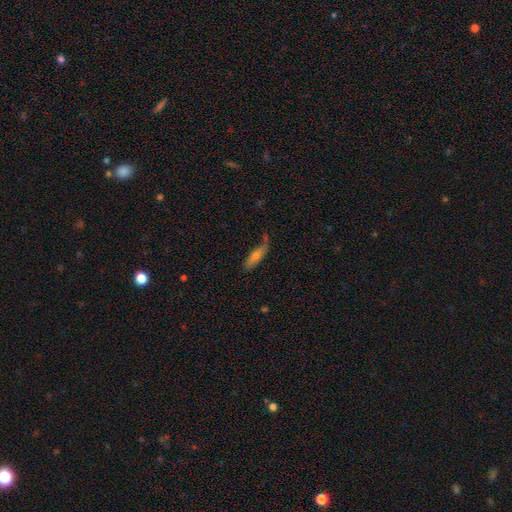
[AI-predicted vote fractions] A smooth galaxy with no disk features (62%) that is cigar-shaped (67%). Merging: none (66%).